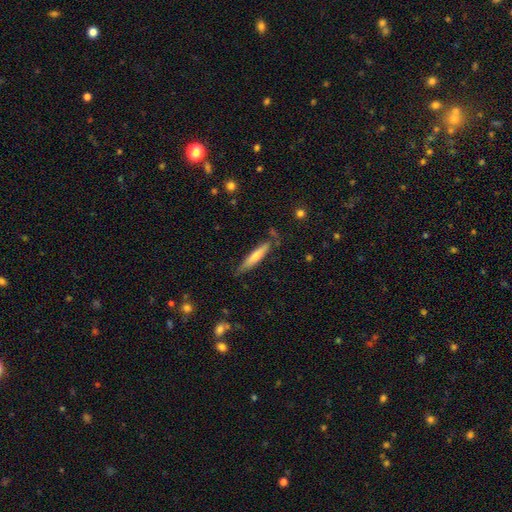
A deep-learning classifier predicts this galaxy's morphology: Smooth or featured: smooth — 56% (featured or disk — 37%)
How rounded: cigar-shaped — 90% (in between — 9%)
Merging: none — 76% (minor disturbance — 18%)